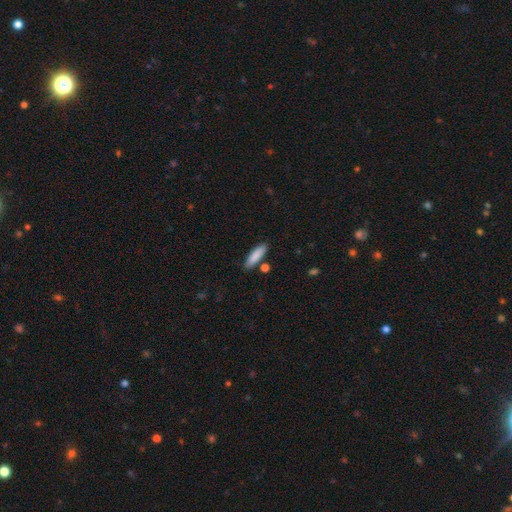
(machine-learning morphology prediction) This appears to be a smooth galaxy with no disk features (86%) that is cigar-shaped (63%). Merging: none (83%).